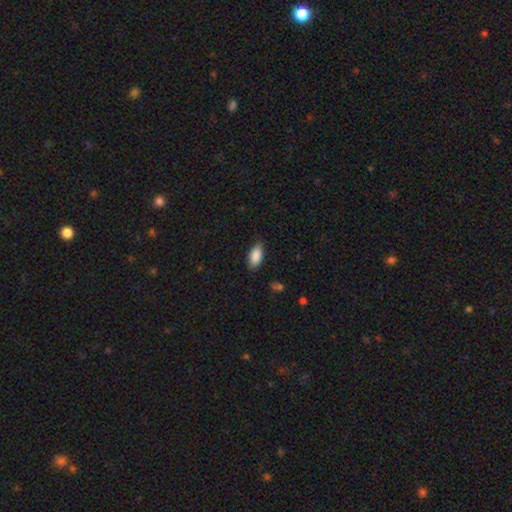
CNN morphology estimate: A smooth galaxy with no disk features (89%) that is in between round and cigar-shaped (91%).

Vote fractions:
- Smooth or featured? smooth: 89% / star or artifact: 7% / featured or disk: 5%
- How rounded? in between: 91% / cigar-shaped: 7% / round: 2%
- Merging? none: 84% / minor disturbance: 13% / major disturbance: 3% / merger: 1%